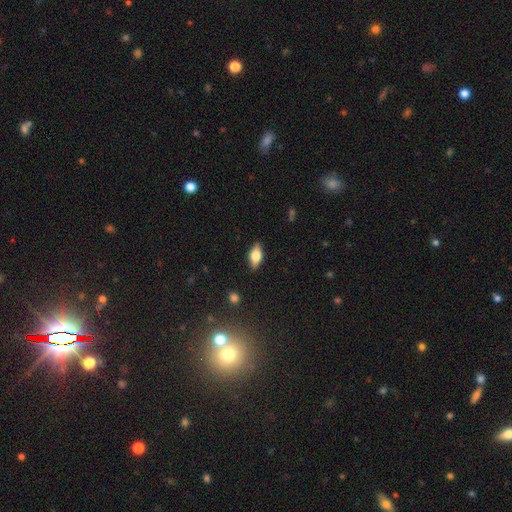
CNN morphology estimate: The model was most divided on "smooth or featured": smooth: 53%, featured or disk: 39%, star or artifact: 8%. More confident: merging — none (84%); how rounded — in between (81%).